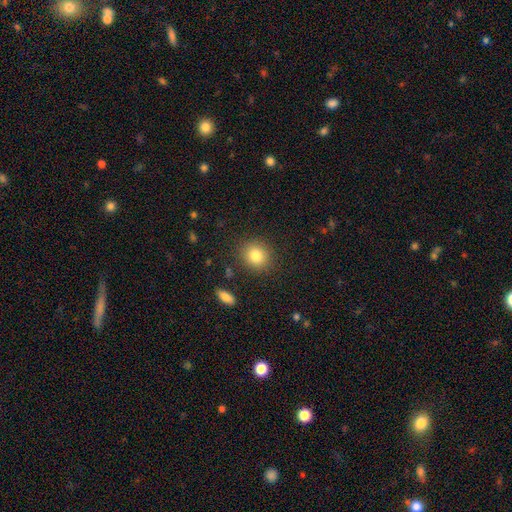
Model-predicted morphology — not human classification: This is clearly a smooth galaxy (81%). How rounded: clearly round (80%). Merging: clearly none (88%).